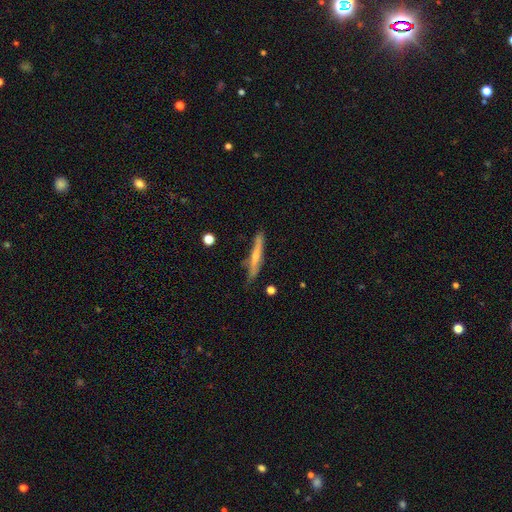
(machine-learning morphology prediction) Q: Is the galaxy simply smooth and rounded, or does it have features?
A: featured or disk — 48%.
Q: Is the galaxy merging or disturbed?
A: none — 75%.